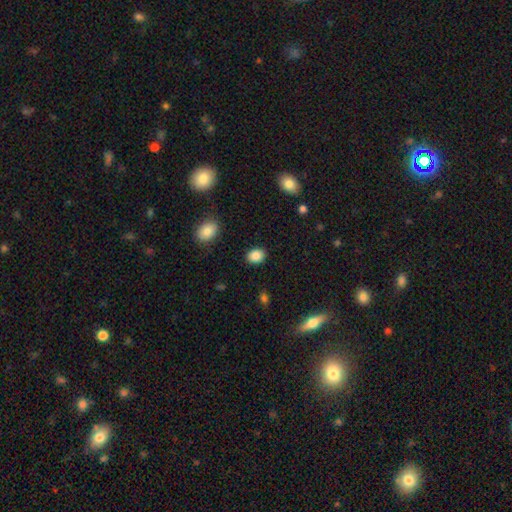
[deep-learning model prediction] A smooth galaxy with no disk features (87%) that is in between round and cigar-shaped (64%).

Vote fractions:
- Smooth or featured? smooth: 87% / star or artifact: 9% / featured or disk: 5%
- How rounded? in between: 64% / round: 35% / cigar-shaped: 1%
- Merging? none: 89% / minor disturbance: 8% / major disturbance: 2% / merger: 1%